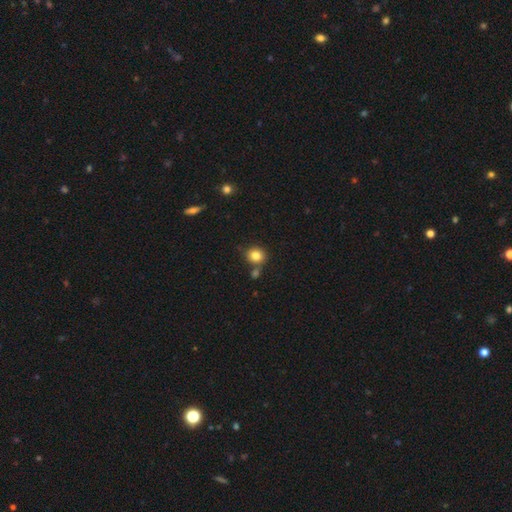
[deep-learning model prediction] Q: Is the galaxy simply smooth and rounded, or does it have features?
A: smooth — 83%.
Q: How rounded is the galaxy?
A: round — 81%.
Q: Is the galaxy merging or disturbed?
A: none — 68%.